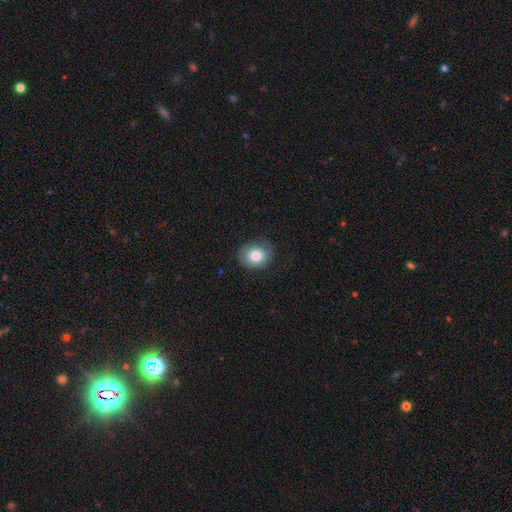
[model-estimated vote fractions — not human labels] Overall: smooth (78%). How rounded: round (59%; in between 40%). Merging: none (72%).